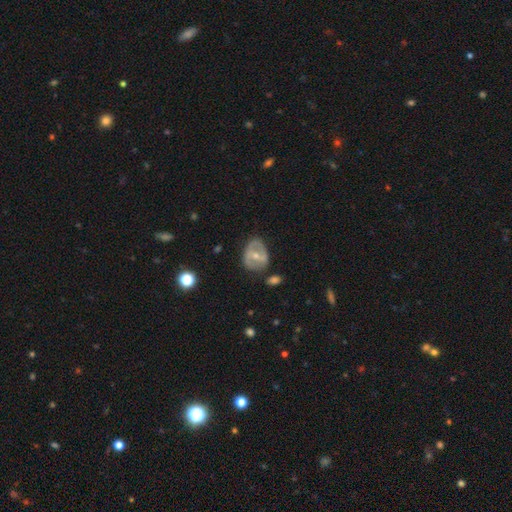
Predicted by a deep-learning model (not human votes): Smooth or featured? featured or disk (63%)
Edge-on disk? no (95%)
Bar? weak (37%)
Spiral arms? no (60%)
Bulge size? moderate (50%)
Merging? none (62%)